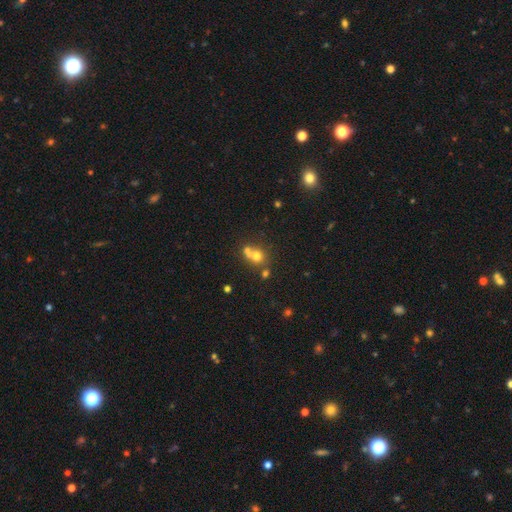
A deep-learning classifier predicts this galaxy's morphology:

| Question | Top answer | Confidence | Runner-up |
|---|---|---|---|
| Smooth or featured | smooth | 65% | featured or disk (19%) |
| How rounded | round | 78% | in between (21%) |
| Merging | merger | 52% | none (36%) |